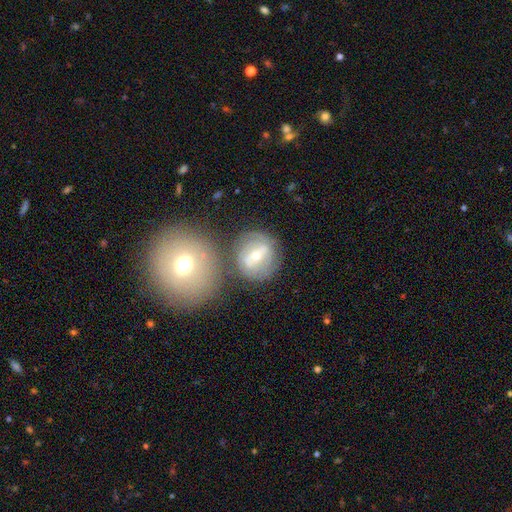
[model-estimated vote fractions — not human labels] Morphology: type=featured or disk (61%); edge-on=no (95%); bar=weak (45%); spiral arms=yes (70%); bulge=moderate (51%); merging=none (60%).